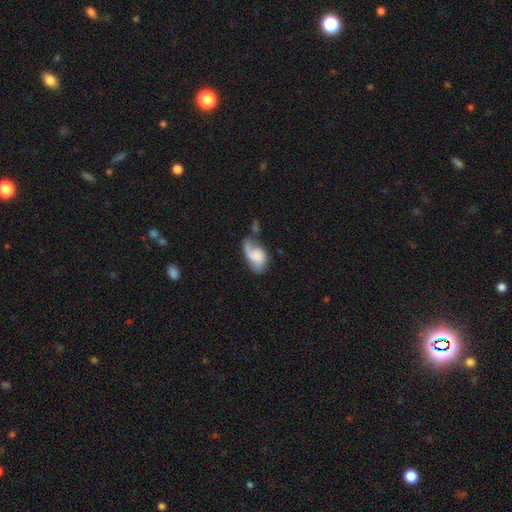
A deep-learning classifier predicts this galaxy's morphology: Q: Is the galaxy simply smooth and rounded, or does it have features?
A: featured or disk — 48%.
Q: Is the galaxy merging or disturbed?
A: none — 32%.